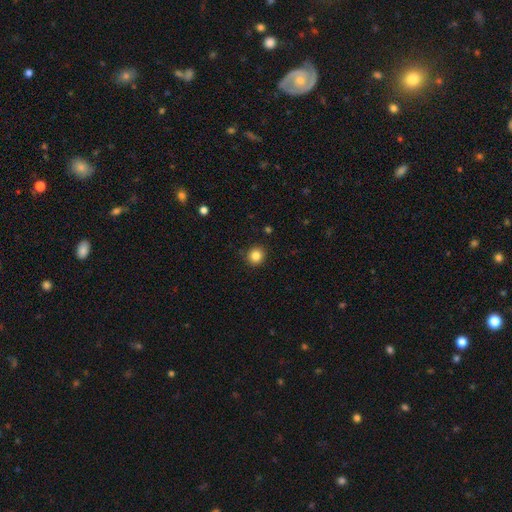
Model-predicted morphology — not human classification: Overall: smooth (84%). How rounded: round (91%). Merging: none (89%).